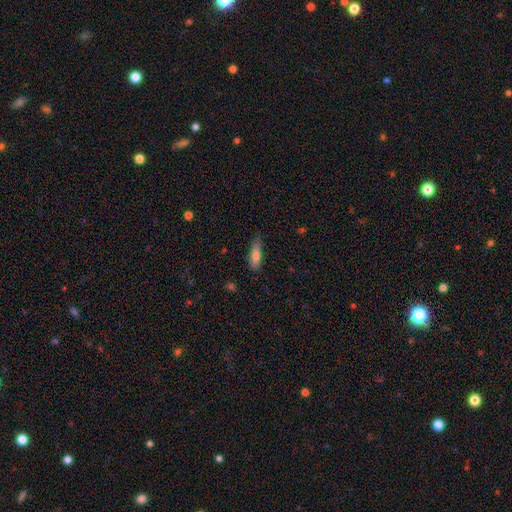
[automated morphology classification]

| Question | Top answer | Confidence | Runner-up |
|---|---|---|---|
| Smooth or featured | smooth | 79% | featured or disk (14%) |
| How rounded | cigar-shaped | 52% | in between (46%) |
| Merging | none | 69% | minor disturbance (25%) |